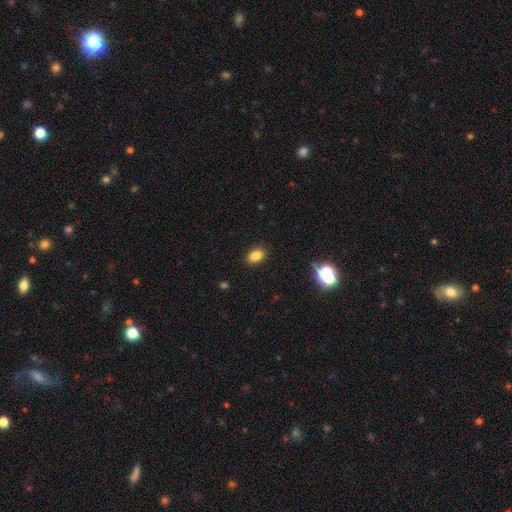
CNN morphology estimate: type=smooth (84%); roundness=in between (87%); merging=none (88%).